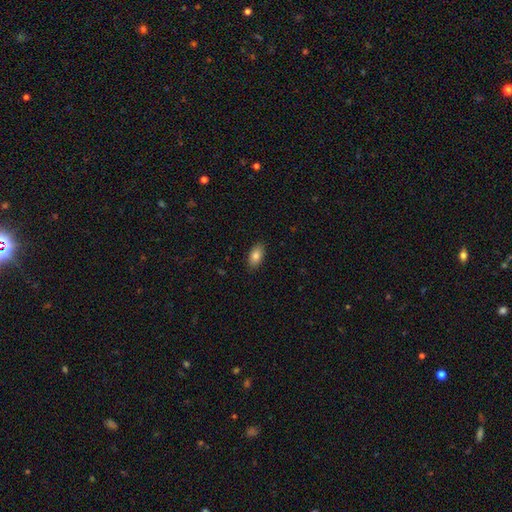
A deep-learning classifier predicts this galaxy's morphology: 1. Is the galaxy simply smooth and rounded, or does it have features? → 84% smooth, 9% featured or disk, 8% star or artifact.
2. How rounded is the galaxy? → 92% in between, 4% round, 4% cigar-shaped.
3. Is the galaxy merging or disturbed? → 88% none, 9% minor disturbance, 2% major disturbance, 1% merger.